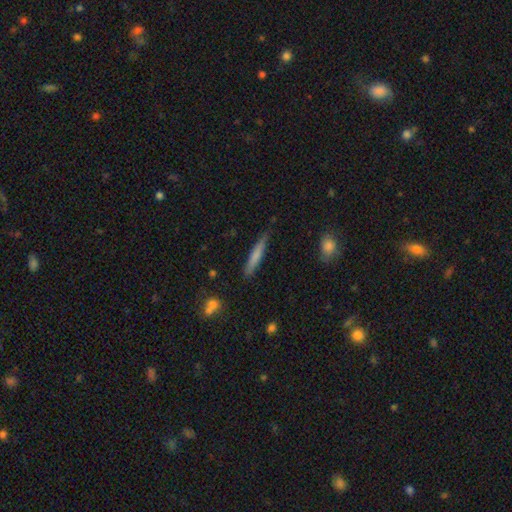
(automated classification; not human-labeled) Smooth or featured? smooth (71%)
How rounded? cigar-shaped (92%)
Merging? none (80%)